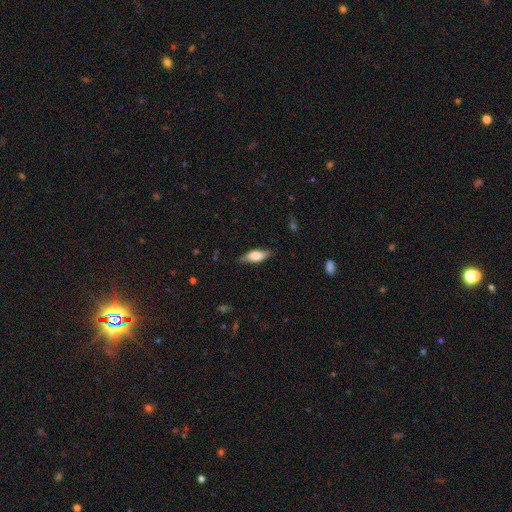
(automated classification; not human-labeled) Smooth or featured: smooth — 61% (featured or disk — 32%)
How rounded: in between — 68% (cigar-shaped — 29%)
Merging: none — 79% (minor disturbance — 16%)